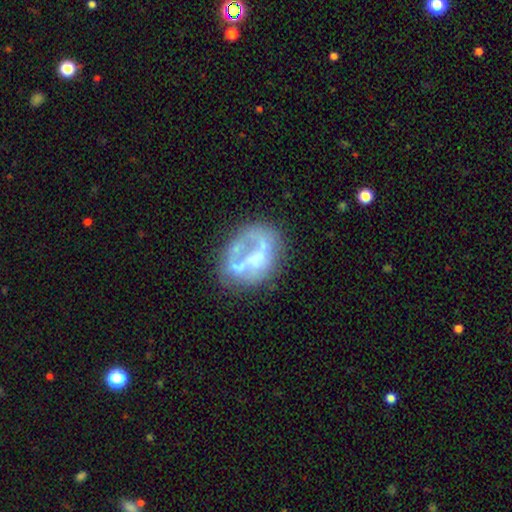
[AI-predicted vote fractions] featured or disk 57%, smooth 33%, star or artifact 10%. Down the decision tree: edge-on disk — no (97%); bar — no (71%); spiral arms — no (82%); bulge size — none (54%); merging — none (44%).